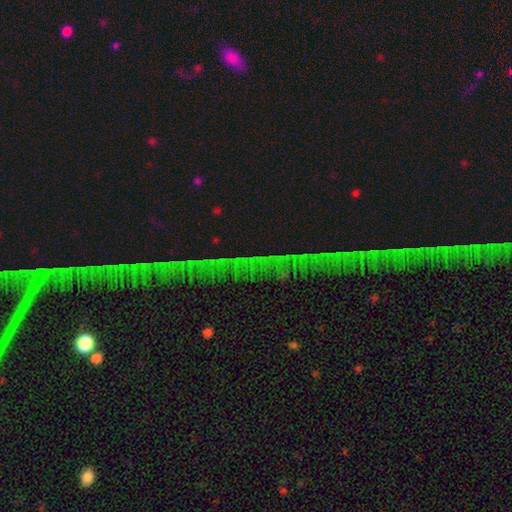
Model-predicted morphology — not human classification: Smooth or featured: star or artifact — 78% (featured or disk — 13%)